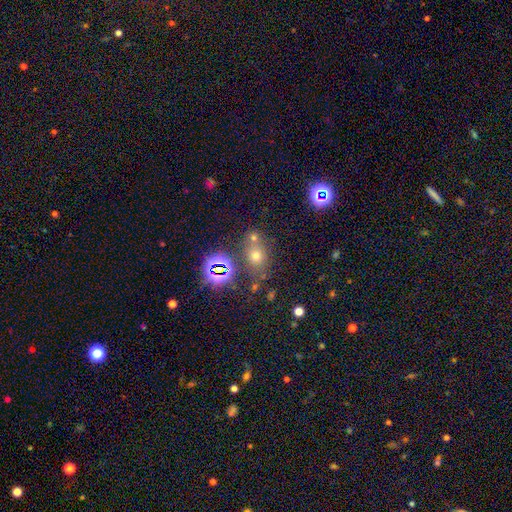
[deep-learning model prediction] This appears to be a smooth galaxy with no disk features (56%) that is round (60%). Merging: none (62%).